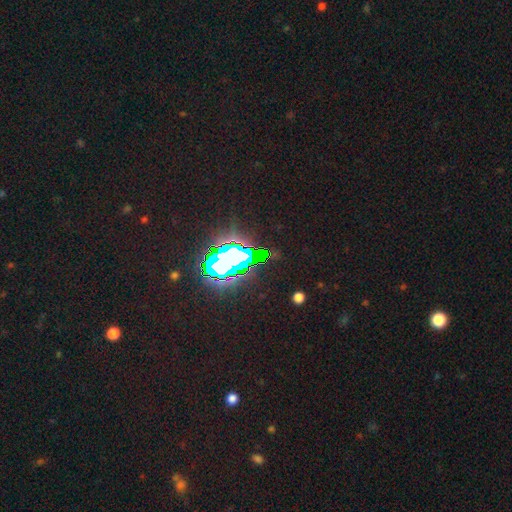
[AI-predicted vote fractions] Smooth or featured? star or artifact (73%)